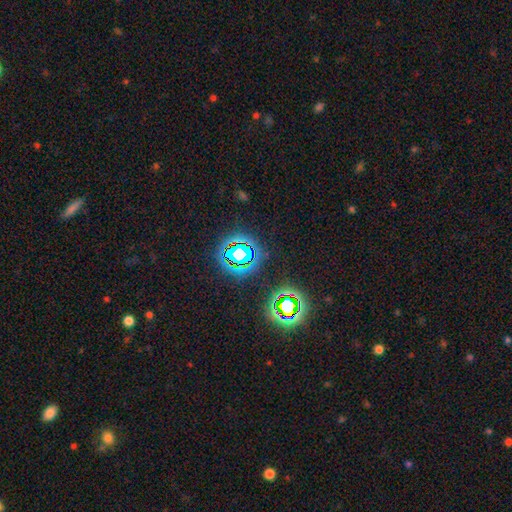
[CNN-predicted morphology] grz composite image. It shows a star or artifact, not a galaxy (75%).